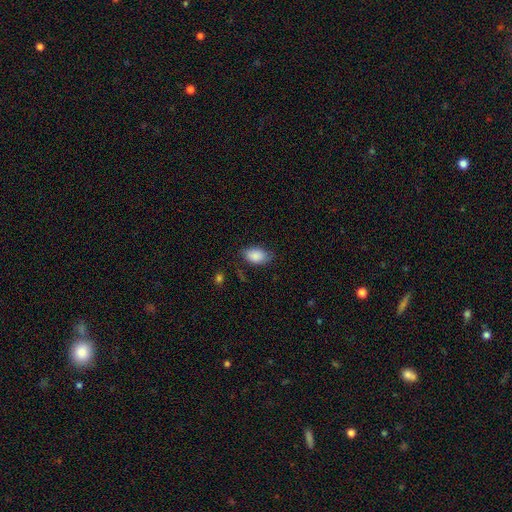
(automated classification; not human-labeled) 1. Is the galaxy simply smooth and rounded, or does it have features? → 87% smooth, 7% star or artifact, 6% featured or disk.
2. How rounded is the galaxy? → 91% in between, 8% round, 1% cigar-shaped.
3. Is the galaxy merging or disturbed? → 71% none, 22% minor disturbance, 5% major disturbance, 2% merger.